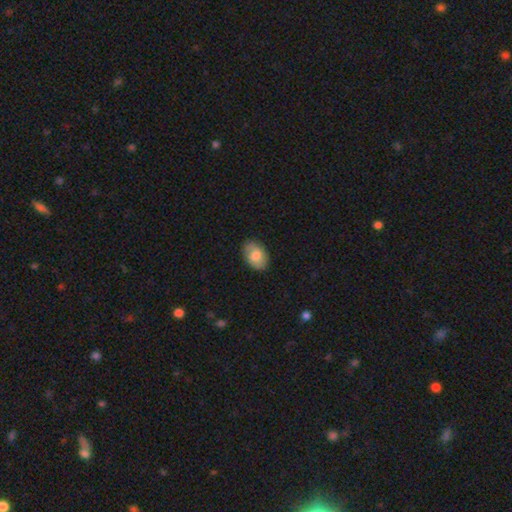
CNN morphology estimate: A smooth galaxy with no disk features (76%) that is in between round and cigar-shaped (87%).

Vote fractions:
- Smooth or featured? smooth: 76% / featured or disk: 17% / star or artifact: 6%
- How rounded? in between: 87% / round: 12% / cigar-shaped: 1%
- Merging? none: 85% / minor disturbance: 12% / major disturbance: 2% / merger: 1%